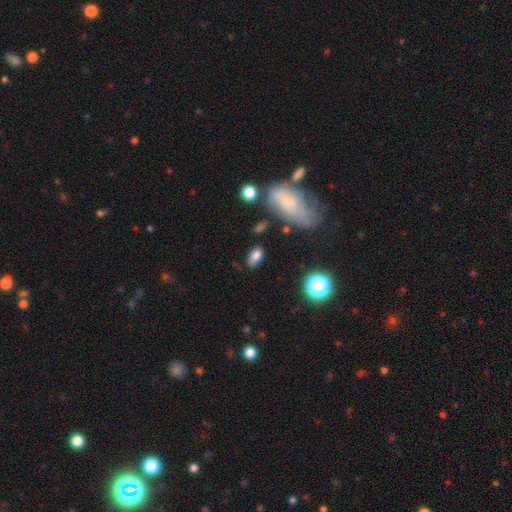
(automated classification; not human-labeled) A smooth galaxy with no disk features (79%) that is in between round and cigar-shaped (88%). Merging: none (77%).